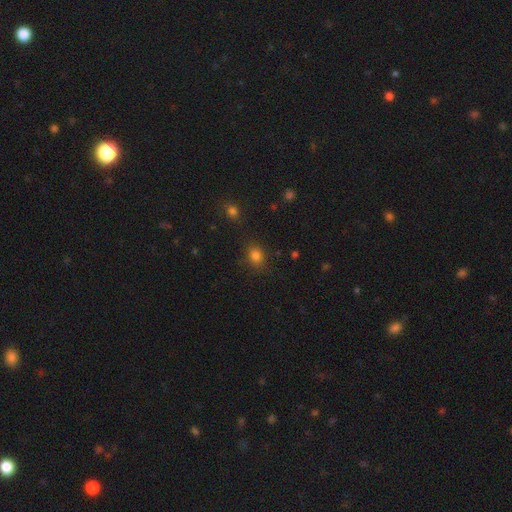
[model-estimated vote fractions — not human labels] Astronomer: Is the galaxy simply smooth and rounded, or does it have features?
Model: smooth — 81%.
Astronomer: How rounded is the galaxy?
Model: round — 57% (runner-up: in between, 42%).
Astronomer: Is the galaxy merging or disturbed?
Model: none — 79%.